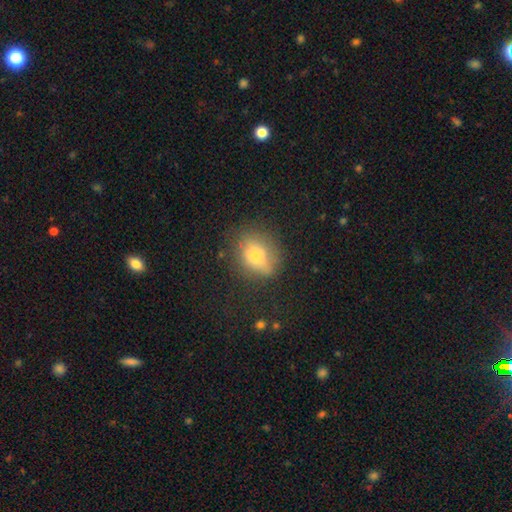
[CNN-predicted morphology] Q: Smooth or featured?
A: smooth (68%); runner-up: featured or disk (21%)
Q: How rounded?
A: in between (49%); runner-up: round (48%)
Q: Merging?
A: none (70%); runner-up: minor disturbance (20%)